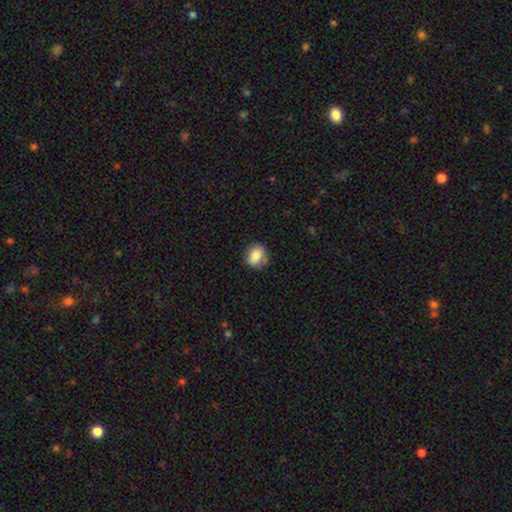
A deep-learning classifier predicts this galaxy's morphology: smooth-or-featured: smooth: 85% | star or artifact: 8% | featured or disk: 7%
  how-rounded: round: 50% | in between: 48% | cigar-shaped: 1%
  merging: none: 75% | minor disturbance: 18% | major disturbance: 4% | merger: 3%